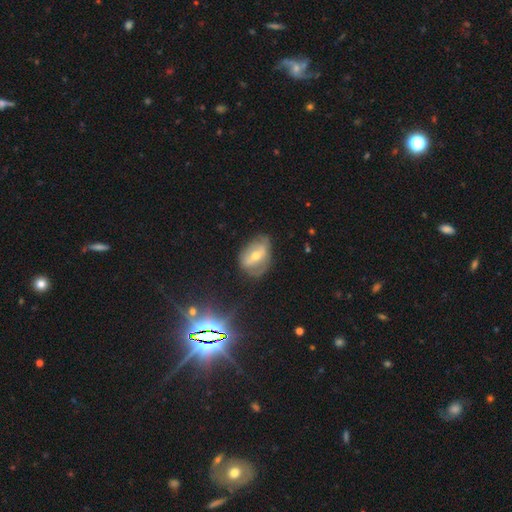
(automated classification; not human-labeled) A featured or disk galaxy (57%) with a strong bar (41%), no spiral arms (55%) and a moderate central bulge (63%).

Vote fractions:
- Smooth or featured? featured or disk: 57% / smooth: 33% / star or artifact: 10%
- Edge-on disk? no: 91% / yes: 9%
- Bar? strong: 41% / weak: 34% / no: 25%
- Spiral arms? no: 55% / yes: 45%
- Bulge size? moderate: 63% / small: 32% / large: 3% / none: 1% / dominant: 1%
- Merging? none: 56% / minor disturbance: 30% / major disturbance: 12% / merger: 2%